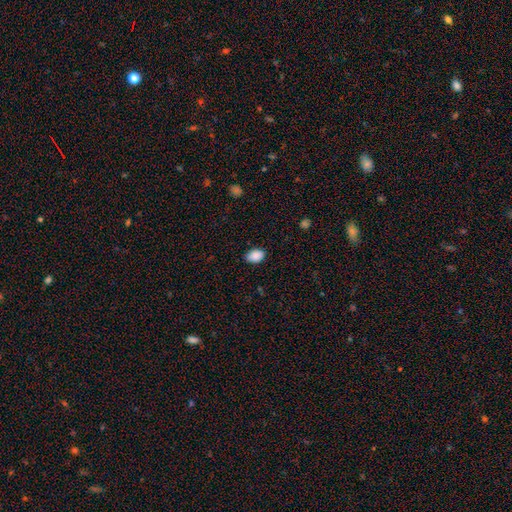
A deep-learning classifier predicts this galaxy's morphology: Smooth or featured: smooth — 88% (star or artifact — 8%)
How rounded: in between — 83% (round — 16%)
Merging: none — 82% (minor disturbance — 14%)